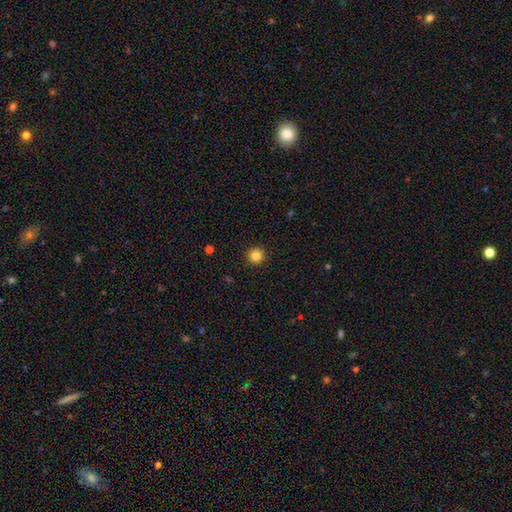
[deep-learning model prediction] Smooth or featured? Predicted: smooth (p=0.84). How rounded? Predicted: round (p=0.95). Merging? Predicted: none (p=0.93).